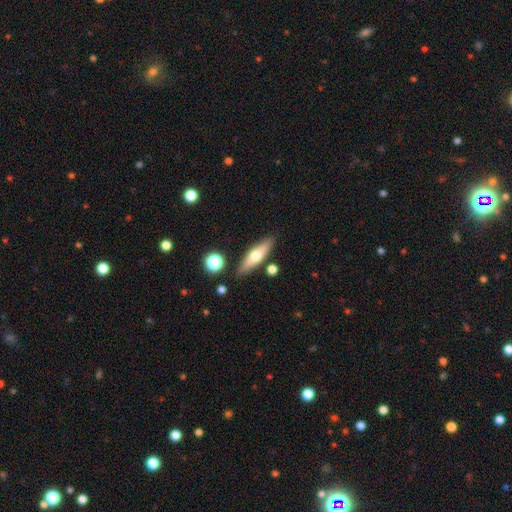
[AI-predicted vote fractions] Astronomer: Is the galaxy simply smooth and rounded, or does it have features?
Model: smooth — 53% (runner-up: featured or disk, 41%).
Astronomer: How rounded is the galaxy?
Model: cigar-shaped — 61%.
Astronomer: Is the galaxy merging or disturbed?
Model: none — 84%.